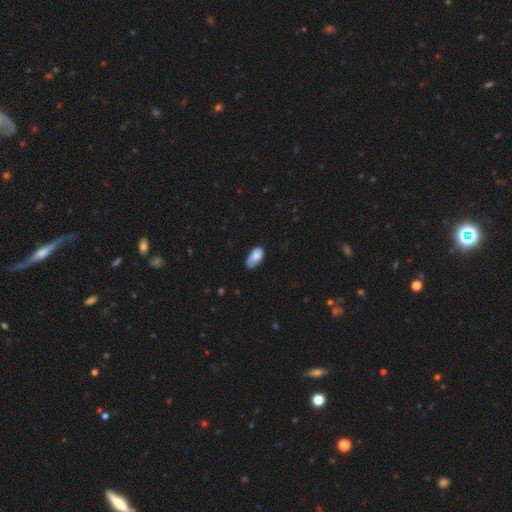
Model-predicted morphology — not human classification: Smooth or featured?
  - smooth: 83% *
  - featured or disk: 10%
  - star or artifact: 7%
How rounded?
  - in between: 94% *
  - cigar-shaped: 3%
  - round: 3%
Merging?
  - none: 56% *
  - minor disturbance: 33%
  - major disturbance: 8%
  - merger: 2%